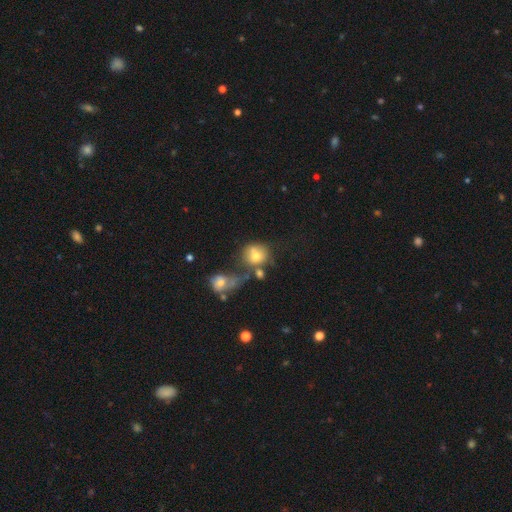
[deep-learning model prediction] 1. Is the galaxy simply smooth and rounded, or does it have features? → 69% smooth, 20% featured or disk, 11% star or artifact.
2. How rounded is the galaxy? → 74% round, 25% in between, 1% cigar-shaped.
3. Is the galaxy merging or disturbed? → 42% merger, 31% none, 14% major disturbance, 13% minor disturbance.